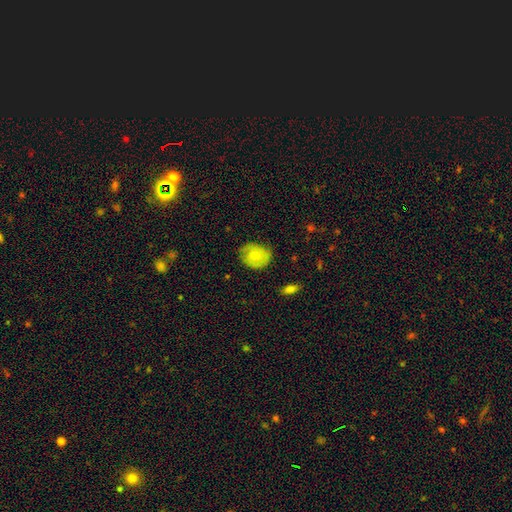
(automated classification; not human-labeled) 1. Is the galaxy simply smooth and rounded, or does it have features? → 71% smooth, 21% featured or disk, 7% star or artifact.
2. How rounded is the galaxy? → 58% round, 41% in between, 1% cigar-shaped.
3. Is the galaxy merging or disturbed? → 67% none, 26% minor disturbance, 7% major disturbance, 1% merger.